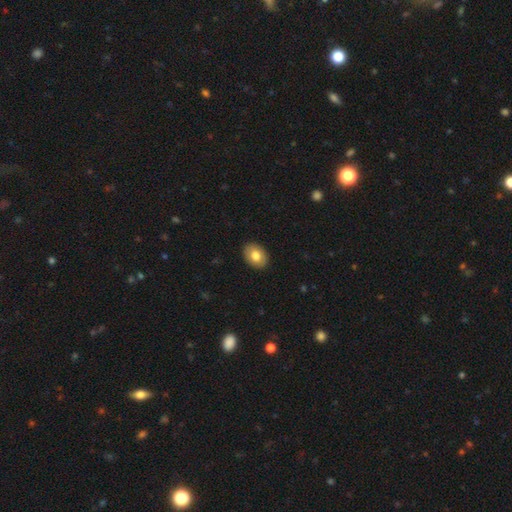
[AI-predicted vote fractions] smooth_or_featured: smooth (p=0.79) [alt: featured or disk p=0.13]
how_rounded: in between (p=0.73) [alt: round p=0.26]
merging: none (p=0.91) [alt: minor disturbance p=0.07]